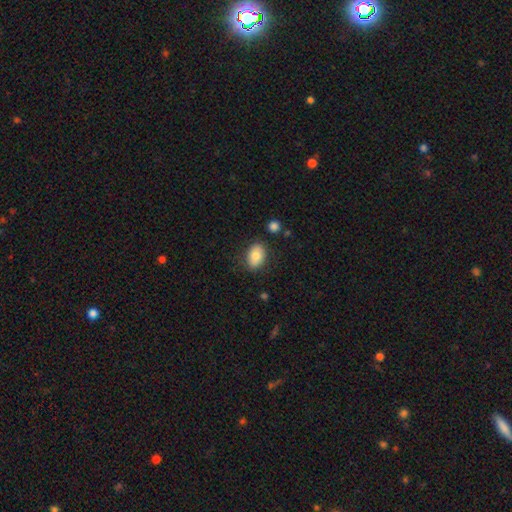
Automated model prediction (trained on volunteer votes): Morphology: type=smooth (83%); roundness=in between (84%); merging=none (81%).